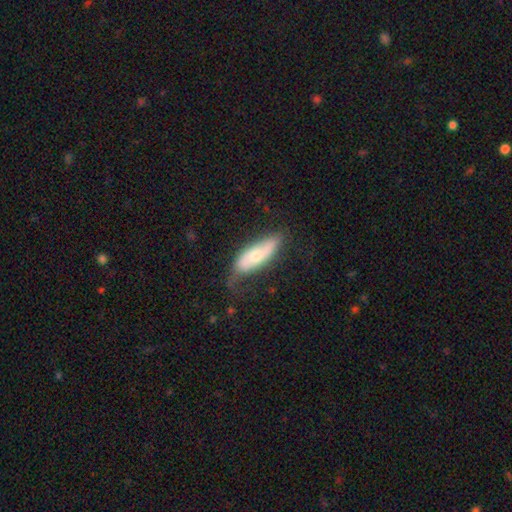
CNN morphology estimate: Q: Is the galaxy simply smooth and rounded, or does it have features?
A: smooth — 49%.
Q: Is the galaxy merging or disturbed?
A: none — 58%.